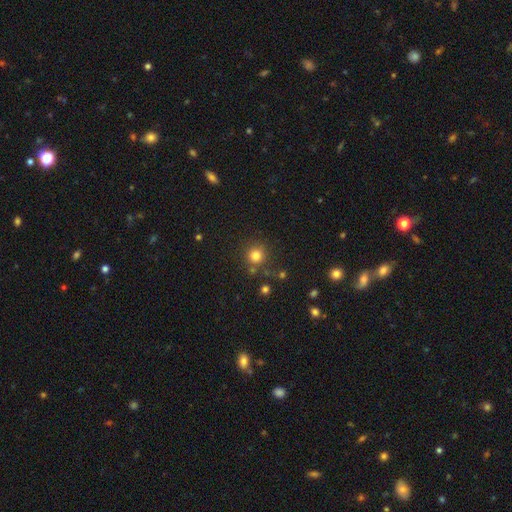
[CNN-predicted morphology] Smooth or featured: smooth — 80% (star or artifact — 14%)
How rounded: round — 93% (in between — 6%)
Merging: none — 80% (minor disturbance — 9%)